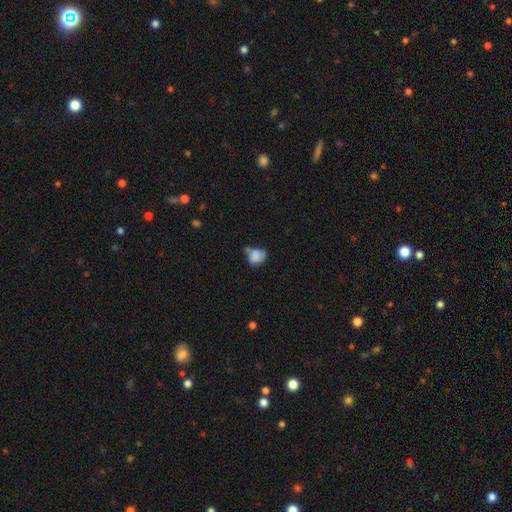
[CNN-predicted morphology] The model was most divided on "merging": none: 34%, minor disturbance: 29%, merger: 24%, major disturbance: 13%. More confident: smooth or featured — smooth (76%); how rounded — in between (56%).